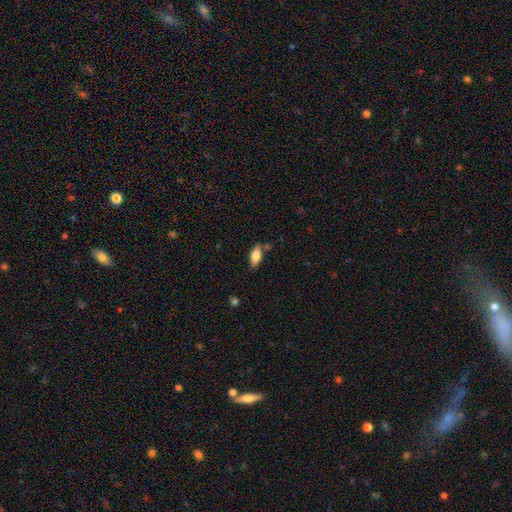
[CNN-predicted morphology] Overall: smooth (78%). How rounded: in between (85%). Merging: none (74%).